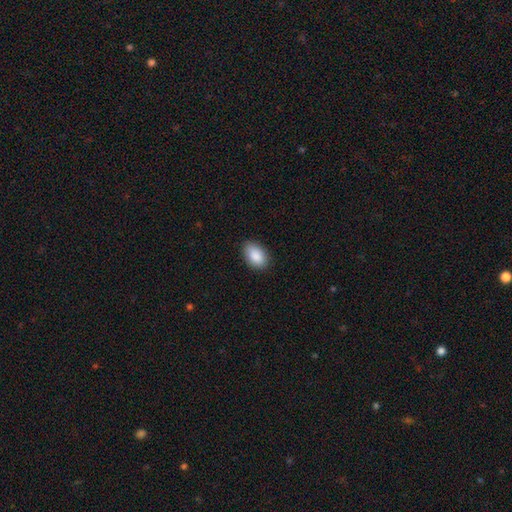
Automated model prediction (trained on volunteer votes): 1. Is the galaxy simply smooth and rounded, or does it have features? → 89% smooth, 7% star or artifact, 4% featured or disk.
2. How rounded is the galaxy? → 92% in between, 6% round, 2% cigar-shaped.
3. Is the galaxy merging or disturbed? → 86% none, 11% minor disturbance, 2% major disturbance, 1% merger.